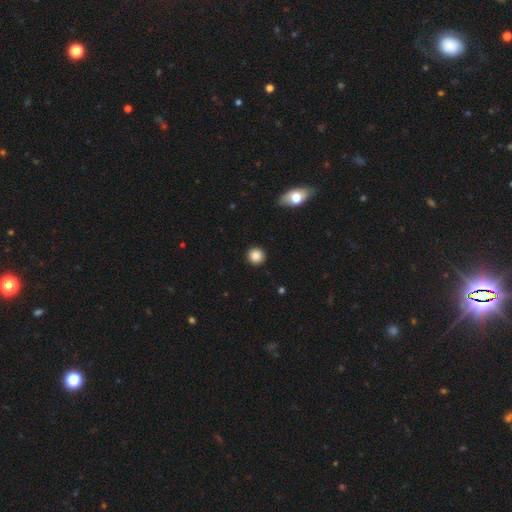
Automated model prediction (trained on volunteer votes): Smooth or featured? smooth (87%)
How rounded? round (94%)
Merging? none (92%)